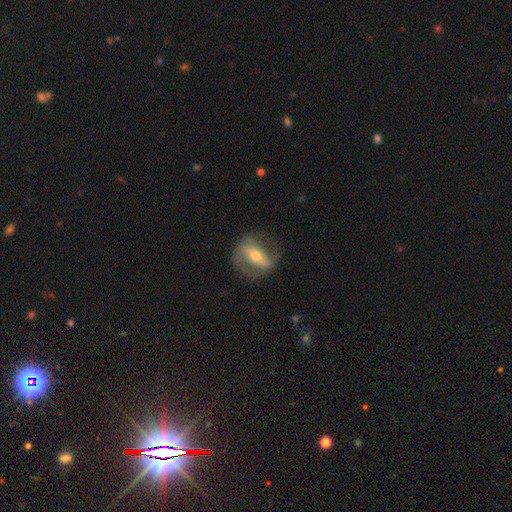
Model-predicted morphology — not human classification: smooth-or-featured: featured or disk: 77% | smooth: 17% | star or artifact: 6%
  disk-edge-on: no: 92% | yes: 8%
    bar: strong: 57% | weak: 27% | no: 16%
    has-spiral-arms: yes: 82% | no: 18%
      spiral-winding: medium: 46% | loose: 27% | tight: 27%
      spiral-arm-count: 2: 84% | can't tell: 8% | 1: 4% | 3: 2% | 4: 1% | more than 4: 1%
    bulge-size: moderate: 59% | small: 34% | large: 4% | none: 1% | dominant: 1%
  merging: none: 73% | minor disturbance: 16% | major disturbance: 10% | merger: 1%